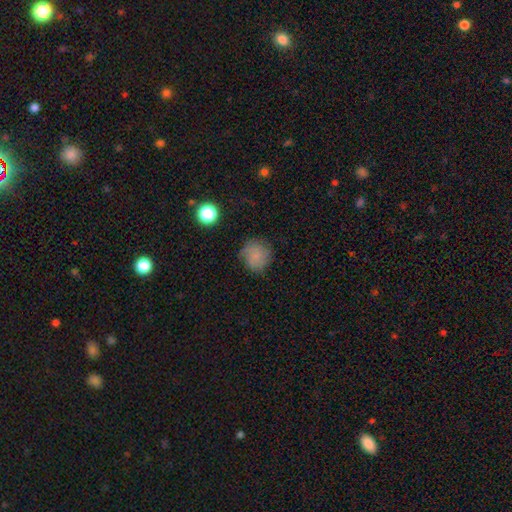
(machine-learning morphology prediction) Overall: smooth (77%). How rounded: round (89%). Merging: none (72%).